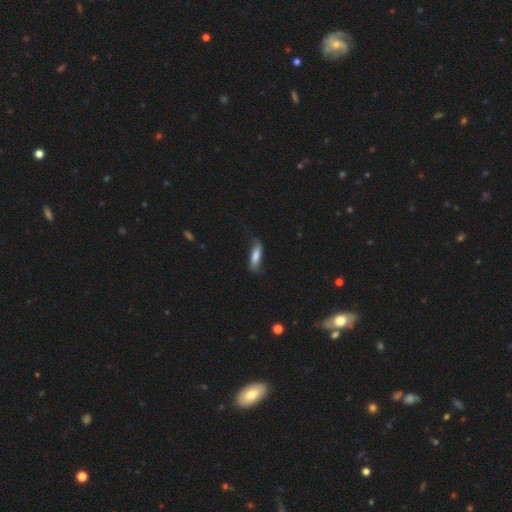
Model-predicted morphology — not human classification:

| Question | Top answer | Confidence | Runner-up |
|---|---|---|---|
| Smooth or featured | smooth | 70% | featured or disk (23%) |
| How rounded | cigar-shaped | 57% | in between (41%) |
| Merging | none | 59% | minor disturbance (28%) |